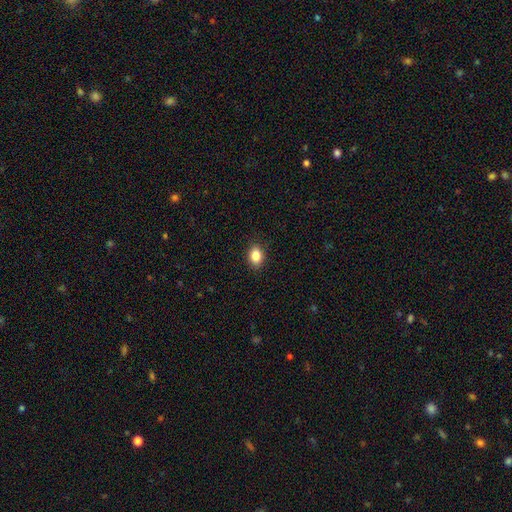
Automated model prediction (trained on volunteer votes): Morphology: type=smooth (85%); roundness=in between (72%); merging=none (89%).